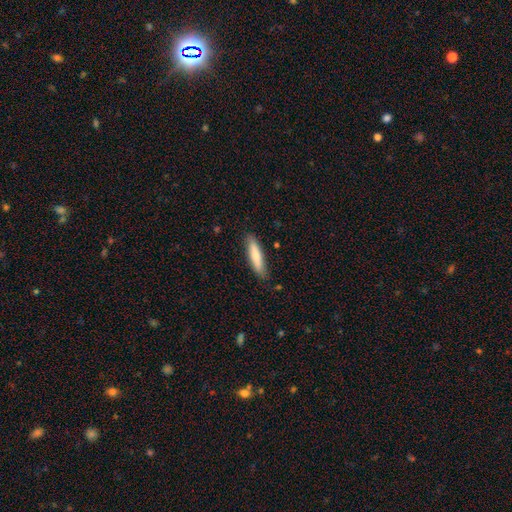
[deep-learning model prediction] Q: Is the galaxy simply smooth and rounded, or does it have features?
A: smooth — 77%.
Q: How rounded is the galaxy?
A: cigar-shaped — 79%.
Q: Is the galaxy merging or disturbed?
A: none — 85%.